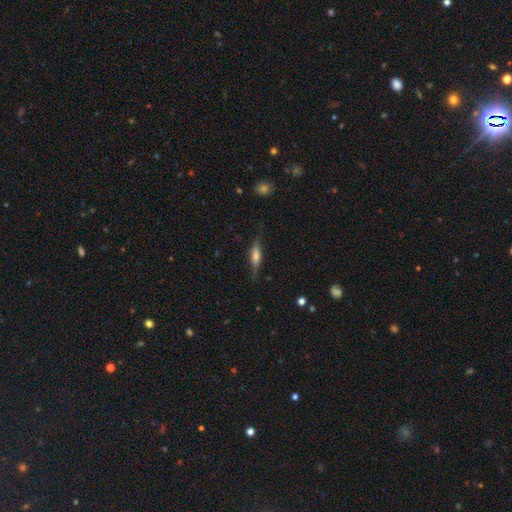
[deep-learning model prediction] Smooth or featured?
  - featured or disk: 53% *
  - smooth: 39%
  - star or artifact: 7%
Edge-on disk?
  - yes: 89% *
  - no: 11%
Merging?
  - none: 75% *
  - minor disturbance: 18%
  - major disturbance: 6%
  - merger: 1%